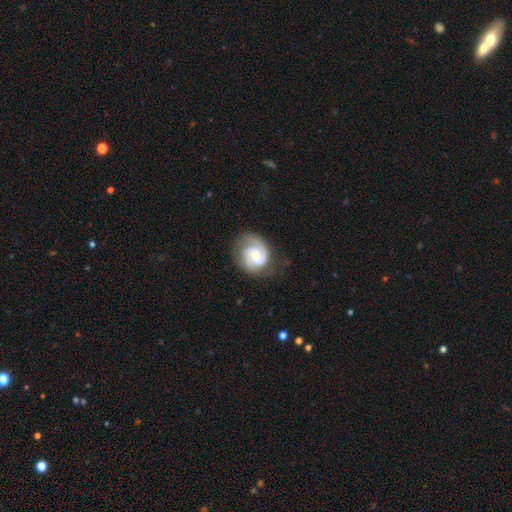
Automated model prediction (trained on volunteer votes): smooth-or-featured: featured or disk: 75% | smooth: 19% | star or artifact: 6%
  disk-edge-on: no: 98% | yes: 2%
    bar: no: 56% | weak: 37% | strong: 7%
    has-spiral-arms: yes: 94% | no: 6%
      spiral-winding: medium: 45% | tight: 40% | loose: 15%
      spiral-arm-count: 2: 72% | can't tell: 11% | 3: 8% | 1: 6% | 4: 2% | more than 4: 2%
    bulge-size: small: 46% | moderate: 45% | large: 5% | none: 3% | dominant: 1%
  merging: none: 68% | minor disturbance: 21% | major disturbance: 10% | merger: 1%